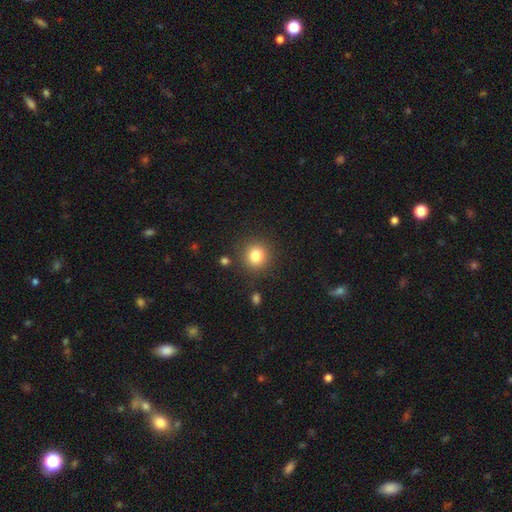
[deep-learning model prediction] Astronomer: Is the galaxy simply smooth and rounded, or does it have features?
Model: smooth — 82%.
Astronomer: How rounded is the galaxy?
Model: round — 92%.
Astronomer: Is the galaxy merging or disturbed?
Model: none — 88%.